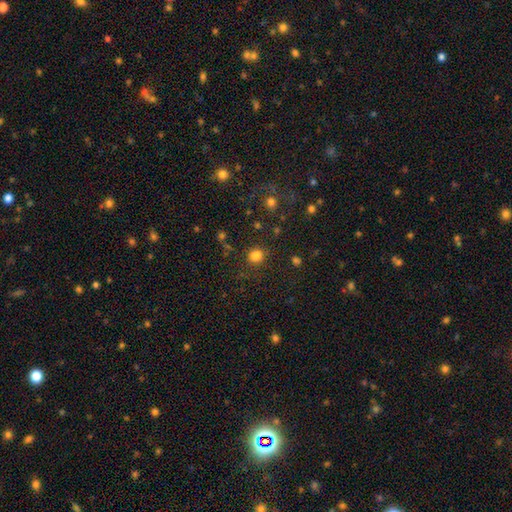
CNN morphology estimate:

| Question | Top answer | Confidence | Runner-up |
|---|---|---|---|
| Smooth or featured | smooth | 80% | star or artifact (15%) |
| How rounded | round | 73% | in between (26%) |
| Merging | none | 78% | minor disturbance (12%) |